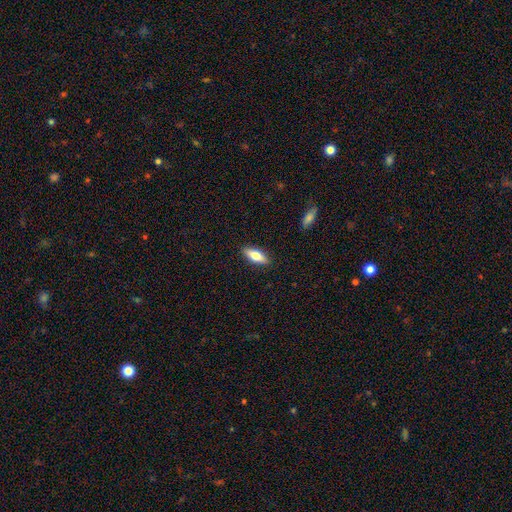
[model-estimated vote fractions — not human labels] Smooth or featured? smooth (67%)
How rounded? in between (65%)
Merging? none (89%)